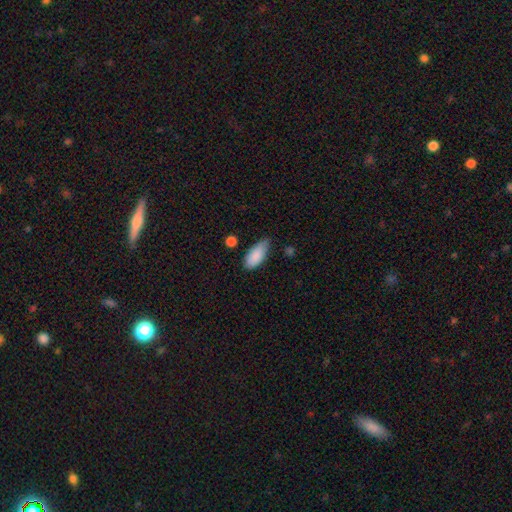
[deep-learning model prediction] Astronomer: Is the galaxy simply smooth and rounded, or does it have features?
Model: smooth — 87%.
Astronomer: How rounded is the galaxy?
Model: in between — 89%.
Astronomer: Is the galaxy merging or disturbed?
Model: none — 57% (runner-up: minor disturbance, 34%).